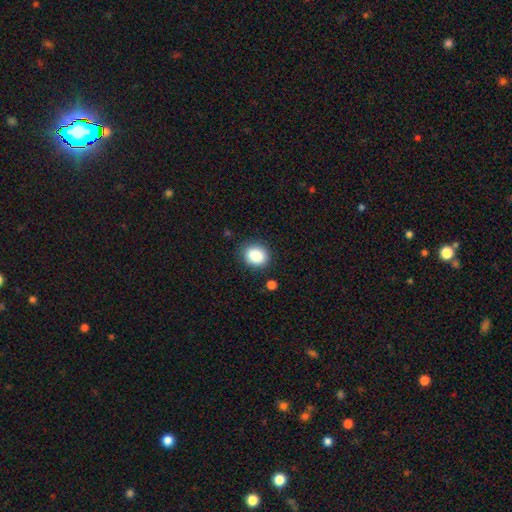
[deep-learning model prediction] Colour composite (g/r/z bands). It shows a smooth galaxy with no disk features (88%) that is round (66%). Merging: none (85%).